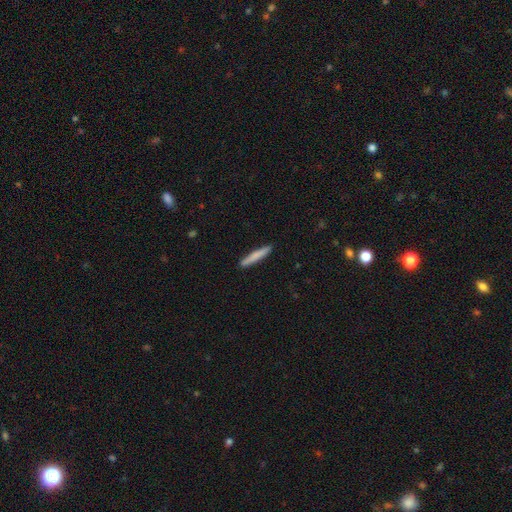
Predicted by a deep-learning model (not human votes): Q: Smooth or featured?
A: smooth (78%); runner-up: featured or disk (17%)
Q: How rounded?
A: cigar-shaped (95%); runner-up: in between (4%)
Q: Merging?
A: none (91%); runner-up: minor disturbance (7%)